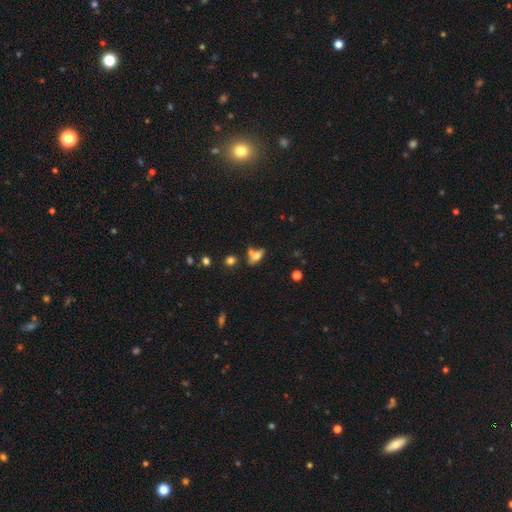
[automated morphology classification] This is likely a smooth galaxy (66%). How rounded: likely in between (78%). Merging: marginally none (39%).